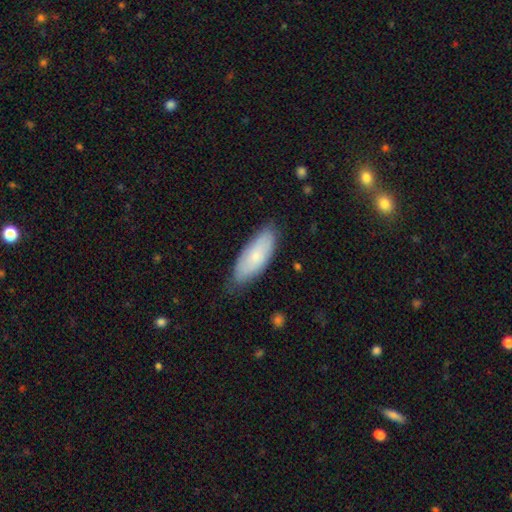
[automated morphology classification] This is likely a smooth galaxy (72%). How rounded: likely in between (78%). Merging: likely none (75%).